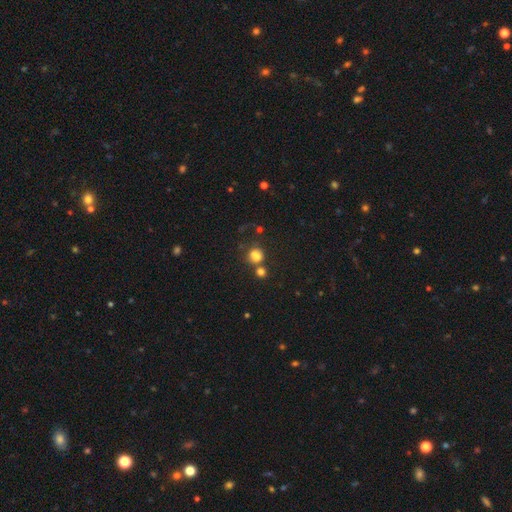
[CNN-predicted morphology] smooth-or-featured: smooth: 78% | star or artifact: 14% | featured or disk: 8%
  how-rounded: round: 72% | in between: 27% | cigar-shaped: 1%
  merging: none: 51% | merger: 28% | minor disturbance: 14% | major disturbance: 8%